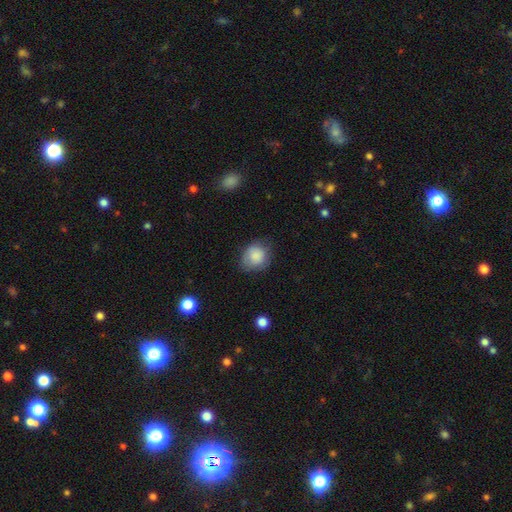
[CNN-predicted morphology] This appears to be a smooth galaxy with no disk features (85%) that is round (67%). Merging: none (63%).